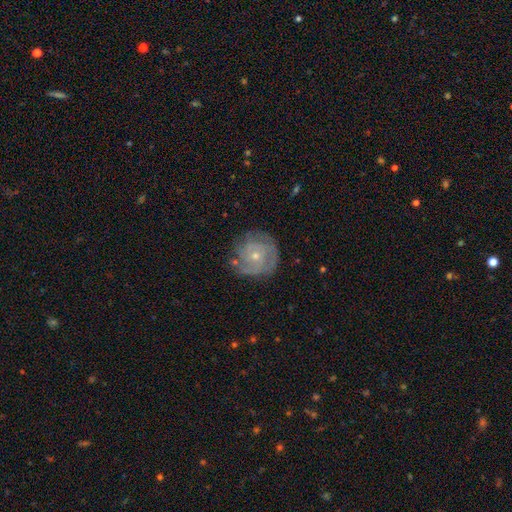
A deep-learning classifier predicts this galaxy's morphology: Smooth or featured? Predicted: featured or disk (p=0.71). Edge-on disk? Predicted: no (p=0.97). Bar? Predicted: no (p=0.79). Spiral arms? Predicted: yes (p=0.82). Spiral winding? Predicted: tight (p=0.64). Spiral arm count? Predicted: can't tell (p=0.41). Bulge size? Predicted: small (p=0.62). Merging? Predicted: none (p=0.70).